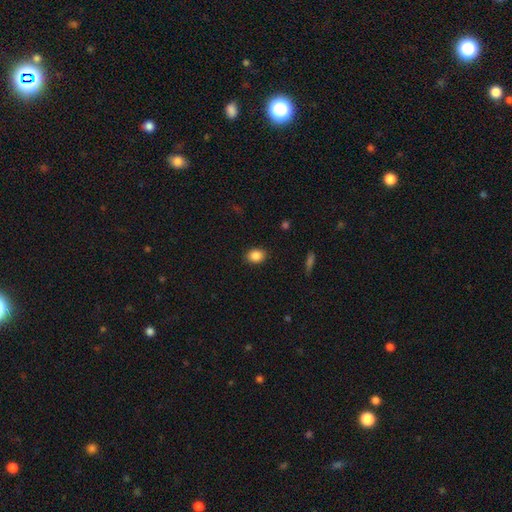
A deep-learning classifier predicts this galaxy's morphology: Smooth or featured?
  - smooth: 87% *
  - star or artifact: 9%
  - featured or disk: 4%
How rounded?
  - in between: 57% *
  - round: 42%
  - cigar-shaped: 1%
Merging?
  - none: 89% *
  - minor disturbance: 8%
  - major disturbance: 2%
  - merger: 1%